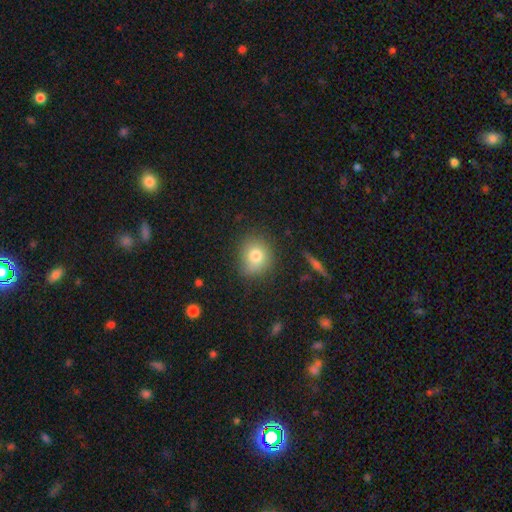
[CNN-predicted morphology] smooth-or-featured: smooth: 78% | star or artifact: 11% | featured or disk: 11%
  how-rounded: round: 75% | in between: 23% | cigar-shaped: 1%
  merging: none: 77% | minor disturbance: 16% | major disturbance: 5% | merger: 2%